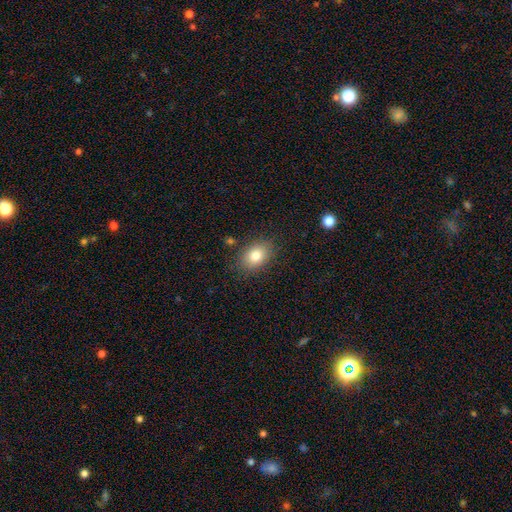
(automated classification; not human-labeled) A smooth galaxy with no disk features (80%) that is in between round and cigar-shaped (76%). Merging: none (84%).